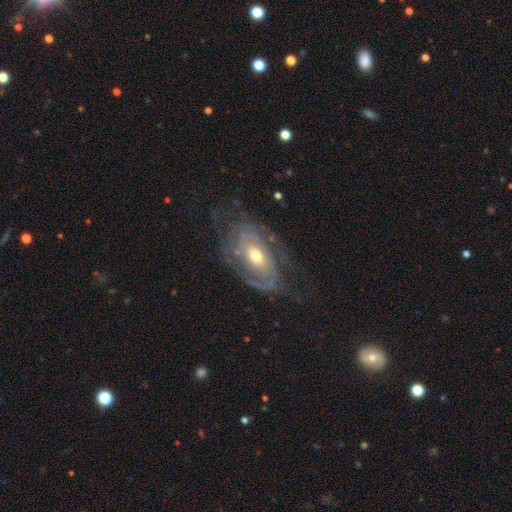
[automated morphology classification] This appears to be a featured or disk galaxy (82%) with no bar (60%), 2 (44%) tight (54%) spiral arms (88%) and a moderate central bulge (69%). Merging: none (63%).